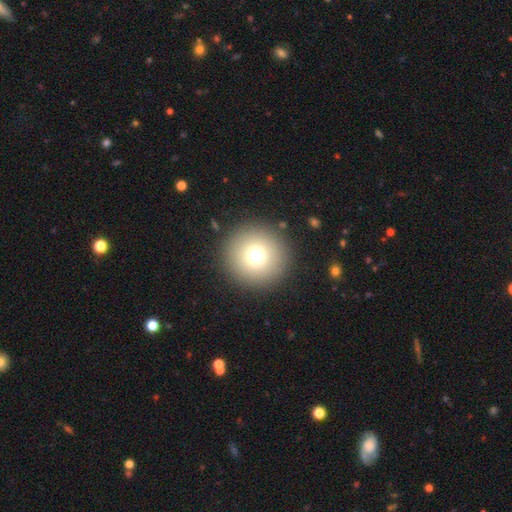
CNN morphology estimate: Overall: smooth (72%). How rounded: round (97%). Merging: none (90%).